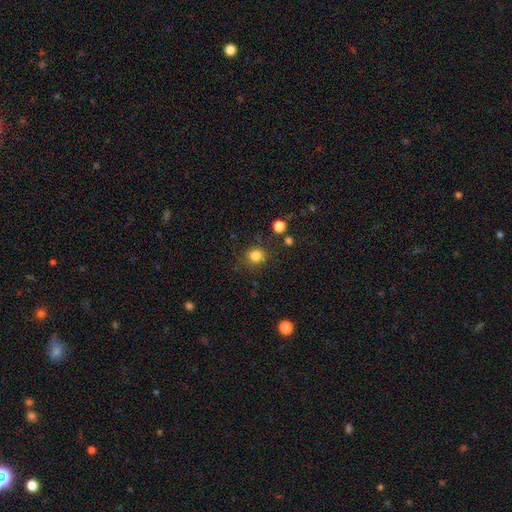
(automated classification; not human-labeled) A smooth galaxy with no disk features (83%) that is round (84%).

Vote fractions:
- Smooth or featured? smooth: 83% / star or artifact: 12% / featured or disk: 5%
- How rounded? round: 84% / in between: 15% / cigar-shaped: 1%
- Merging? none: 83% / minor disturbance: 10% / major disturbance: 4% / merger: 3%